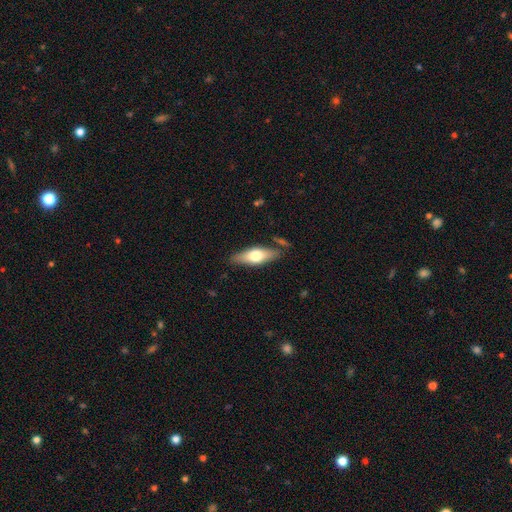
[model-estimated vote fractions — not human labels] Smooth or featured? smooth (54%)
How rounded? in between (58%)
Merging? none (82%)